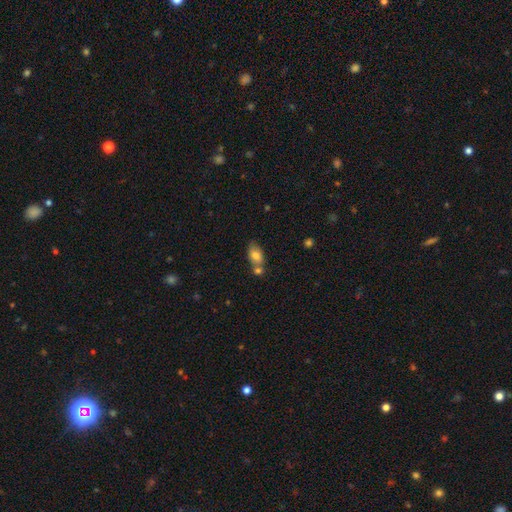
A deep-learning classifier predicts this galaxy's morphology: type=smooth (75%); roundness=in between (88%); merging=none (47%).